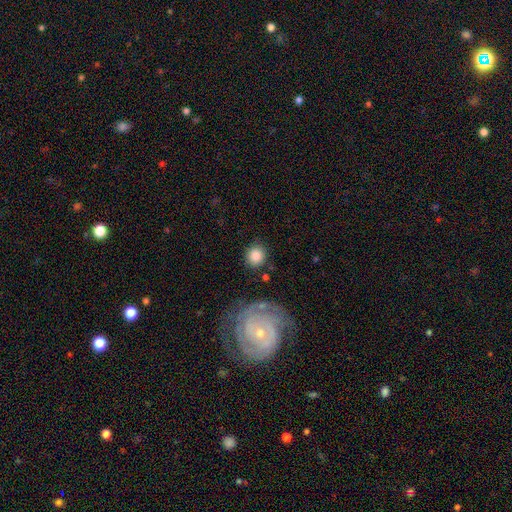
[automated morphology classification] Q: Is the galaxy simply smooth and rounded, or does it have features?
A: smooth — 84%.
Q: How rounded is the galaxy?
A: round — 87%.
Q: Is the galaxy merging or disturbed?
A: none — 81%.